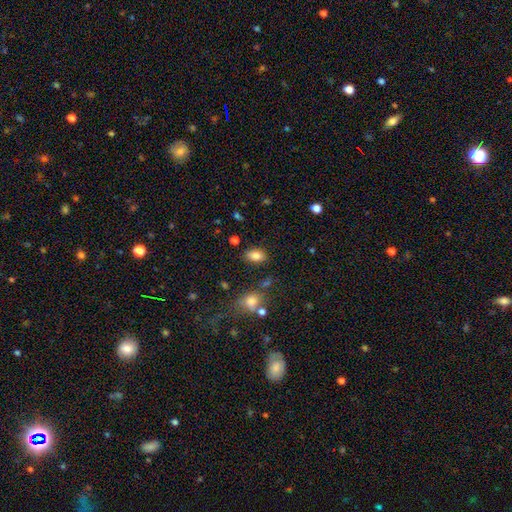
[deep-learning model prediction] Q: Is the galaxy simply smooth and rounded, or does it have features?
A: smooth — 84%.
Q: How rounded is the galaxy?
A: in between — 88%.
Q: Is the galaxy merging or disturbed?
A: none — 81%.